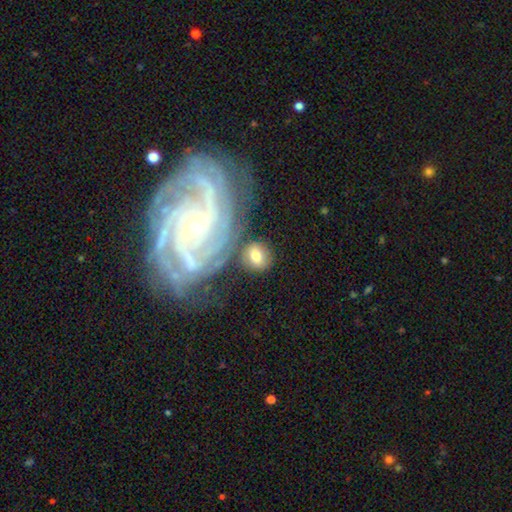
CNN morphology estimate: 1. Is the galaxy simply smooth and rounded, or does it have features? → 62% smooth, 30% featured or disk, 8% star or artifact.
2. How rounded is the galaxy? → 60% round, 38% in between, 2% cigar-shaped.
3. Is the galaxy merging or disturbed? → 69% none, 13% minor disturbance, 12% merger, 6% major disturbance.